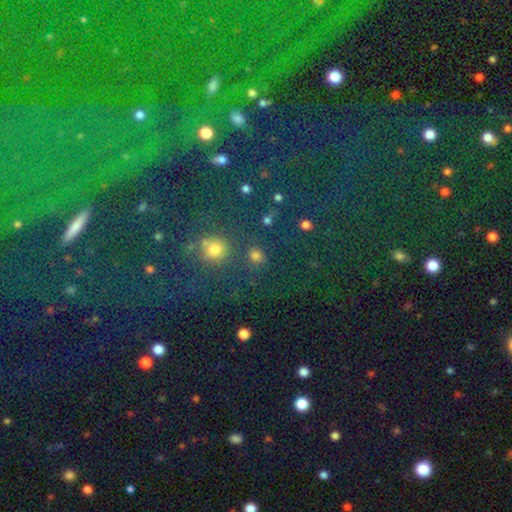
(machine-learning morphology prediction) Smooth or featured?
  - smooth: 67% *
  - star or artifact: 25%
  - featured or disk: 8%
How rounded?
  - round: 62% *
  - in between: 36%
  - cigar-shaped: 2%
Merging?
  - none: 71% *
  - minor disturbance: 11%
  - merger: 11%
  - major disturbance: 6%